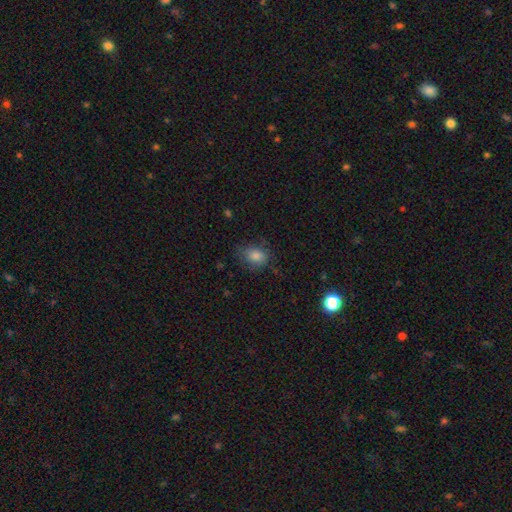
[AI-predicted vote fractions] Smooth or featured? Predicted: smooth (p=0.81). How rounded? Predicted: in between (p=0.60). Merging? Predicted: none (p=0.71).